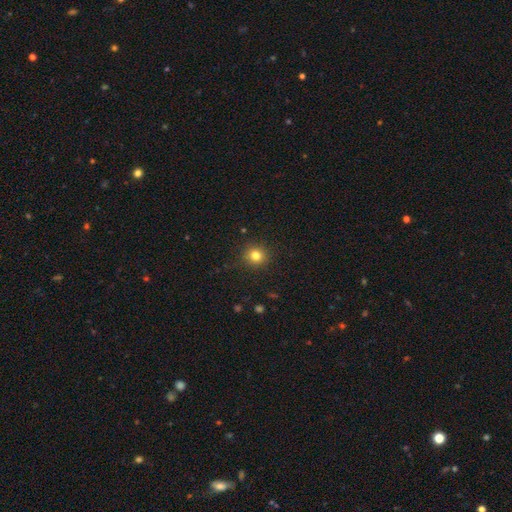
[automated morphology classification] Smooth or featured? smooth (81%)
How rounded? round (90%)
Merging? none (90%)